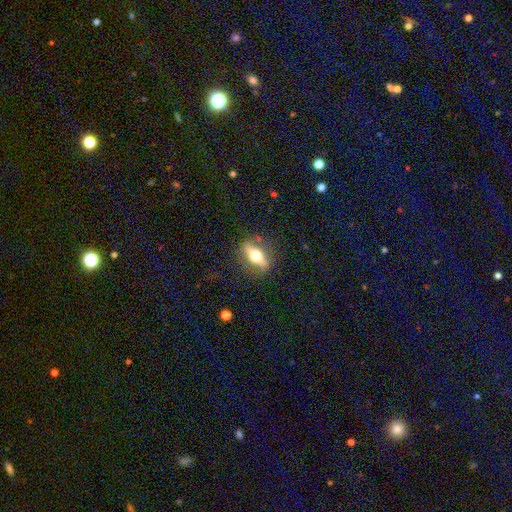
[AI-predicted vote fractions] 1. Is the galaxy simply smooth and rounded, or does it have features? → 49% featured or disk, 44% smooth, 7% star or artifact.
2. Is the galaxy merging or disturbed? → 79% none, 13% minor disturbance, 6% major disturbance, 1% merger.